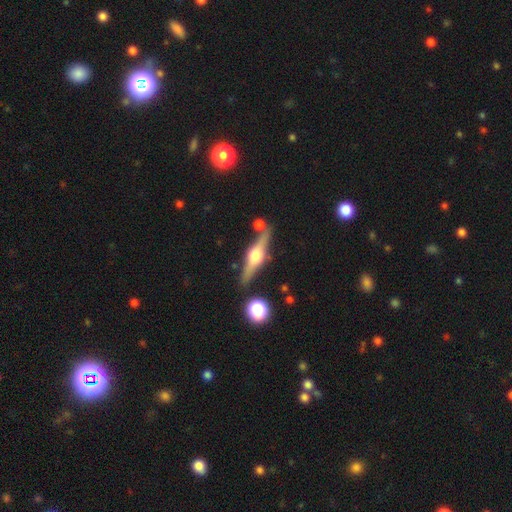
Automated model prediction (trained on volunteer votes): Q: Smooth or featured?
A: featured or disk (77%); runner-up: smooth (17%)
Q: Edge-on disk?
A: yes (96%); runner-up: no (4%)
Q: Edge-on bulge?
A: rounded (94%); runner-up: boxy (4%)
Q: Merging?
A: none (80%); runner-up: minor disturbance (10%)